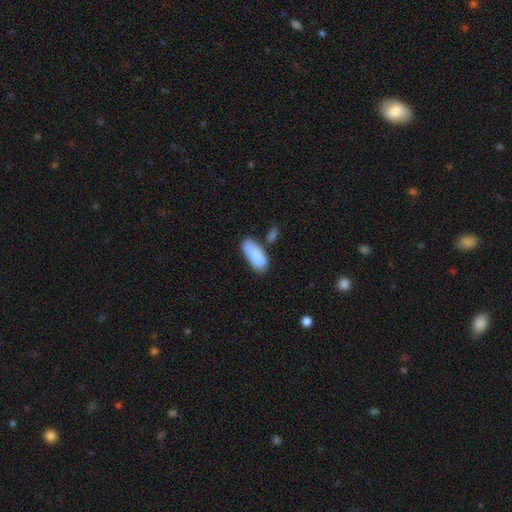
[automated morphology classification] Smooth or featured: smooth — 84% (featured or disk — 10%)
How rounded: in between — 87% (cigar-shaped — 11%)
Merging: none — 54% (minor disturbance — 24%)